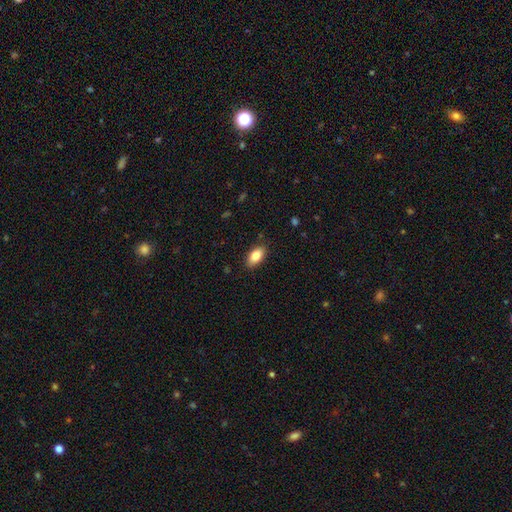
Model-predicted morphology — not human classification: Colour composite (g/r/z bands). It shows a smooth galaxy with no disk features (85%) that is in between round and cigar-shaped (92%). Merging: none (86%).